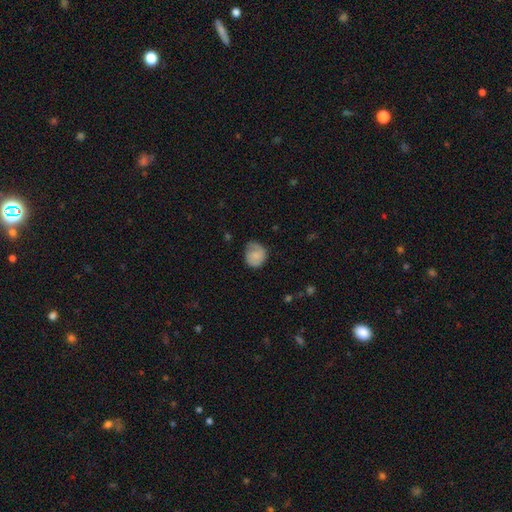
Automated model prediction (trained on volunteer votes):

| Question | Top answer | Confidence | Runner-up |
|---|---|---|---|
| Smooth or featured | smooth | 72% | featured or disk (21%) |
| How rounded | round | 71% | in between (28%) |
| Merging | none | 54% | minor disturbance (33%) |